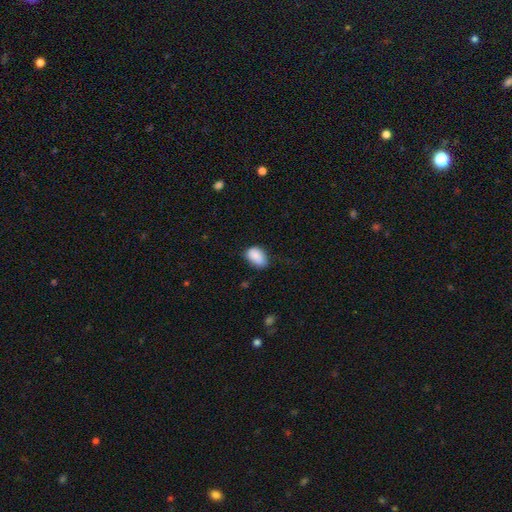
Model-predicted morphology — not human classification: A smooth galaxy with no disk features (85%) that is in between round and cigar-shaped (87%). Merging: none (57%).